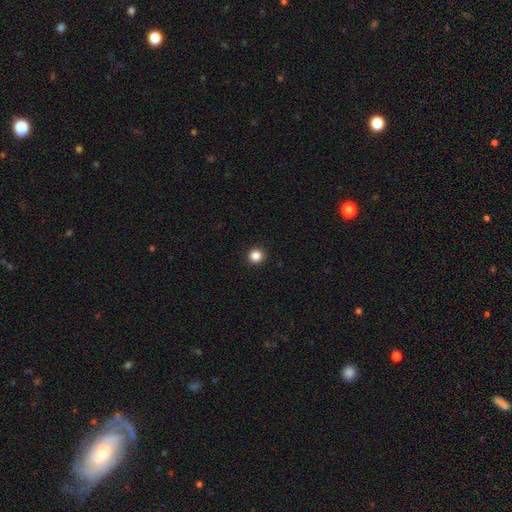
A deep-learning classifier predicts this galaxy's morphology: A smooth galaxy with no disk features (85%) that is round (95%). Merging: none (94%).